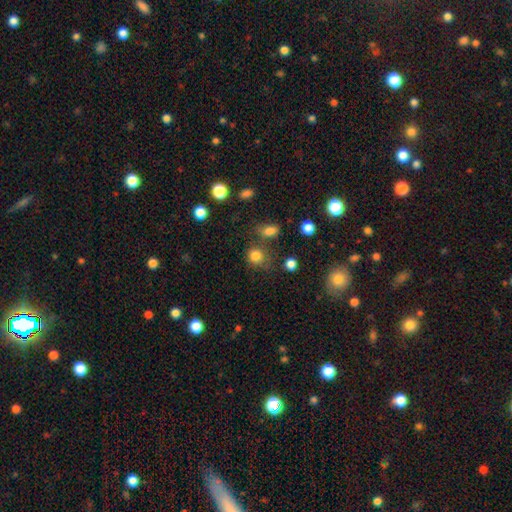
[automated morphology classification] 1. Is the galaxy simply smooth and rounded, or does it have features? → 81% smooth, 13% star or artifact, 6% featured or disk.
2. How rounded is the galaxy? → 82% round, 17% in between, 1% cigar-shaped.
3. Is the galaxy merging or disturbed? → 65% none, 16% minor disturbance, 12% merger, 7% major disturbance.